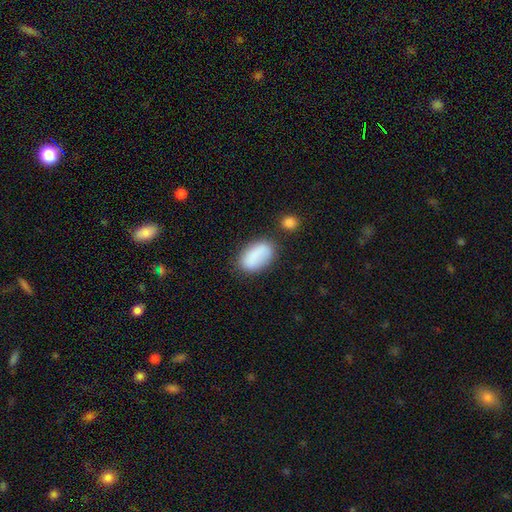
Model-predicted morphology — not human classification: A smooth galaxy with no disk features (82%) that is in between round and cigar-shaped (92%).

Vote fractions:
- Smooth or featured? smooth: 82% / featured or disk: 10% / star or artifact: 8%
- How rounded? in between: 92% / round: 6% / cigar-shaped: 2%
- Merging? none: 67% / minor disturbance: 19% / merger: 8% / major disturbance: 6%